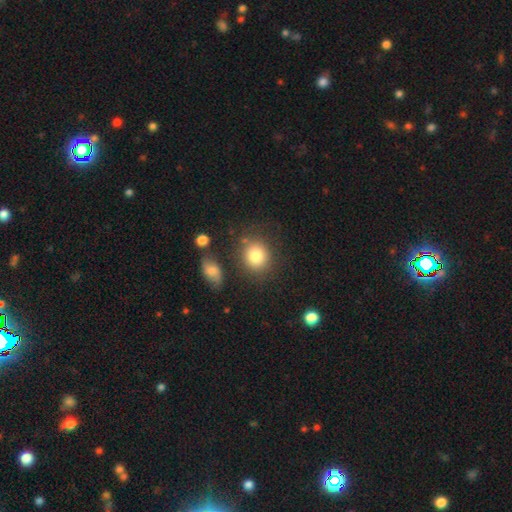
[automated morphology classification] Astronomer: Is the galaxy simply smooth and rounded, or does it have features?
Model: smooth — 83%.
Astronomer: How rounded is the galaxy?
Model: round — 74%.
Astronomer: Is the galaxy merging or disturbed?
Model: none — 77%.